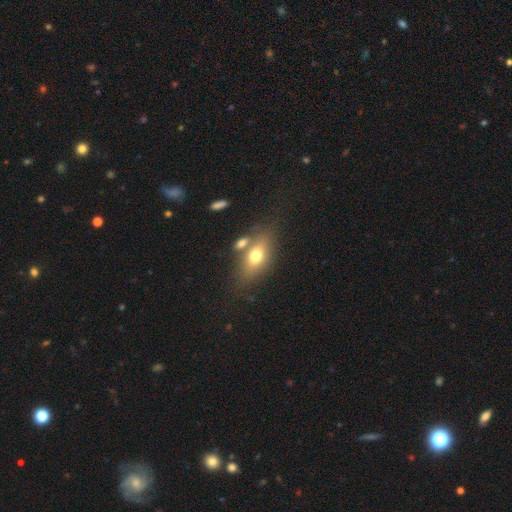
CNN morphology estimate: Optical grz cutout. It shows a smooth galaxy with no disk features (68%) that is in between round and cigar-shaped (81%). Merging: none (59%).